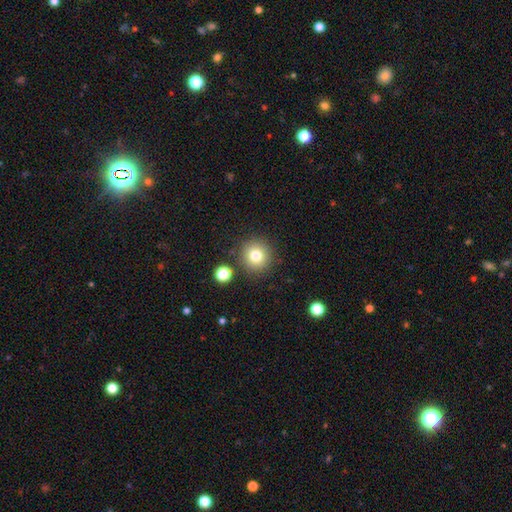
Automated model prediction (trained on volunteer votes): smooth 79%, star or artifact 12%, featured or disk 9%. Down the decision tree: how rounded — round (94%); merging — none (85%).